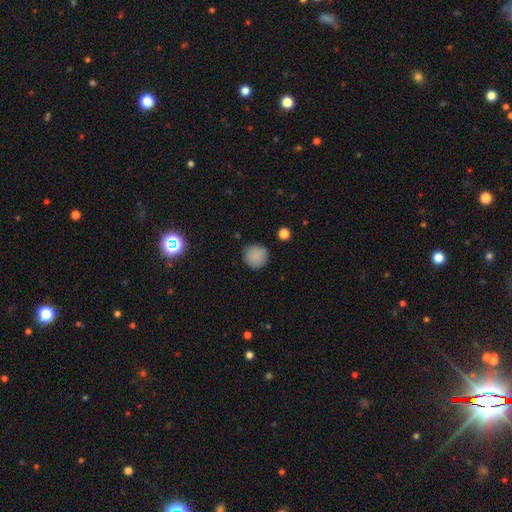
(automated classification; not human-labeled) smooth 85%, star or artifact 9%, featured or disk 5%. Down the decision tree: how rounded — round (93%); merging — none (84%).